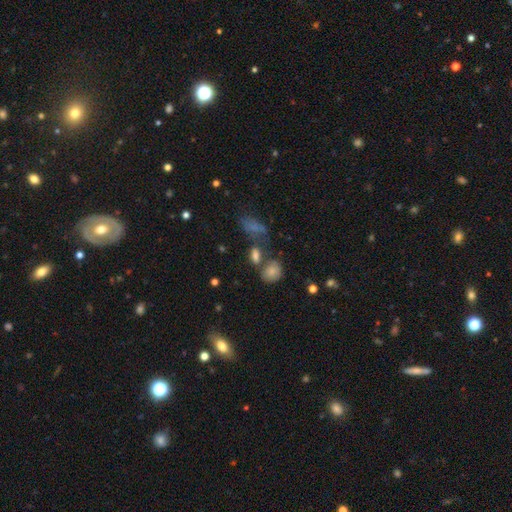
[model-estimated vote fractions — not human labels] Overall: smooth (66%). How rounded: in between (64%; round 30%). Merging: none (51%; merger 25%).